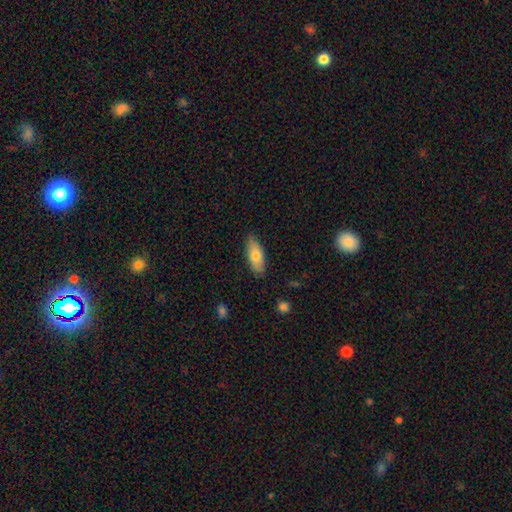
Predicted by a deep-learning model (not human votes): This is likely a smooth galaxy (75%). How rounded: likely in between (78%). Merging: clearly none (85%).